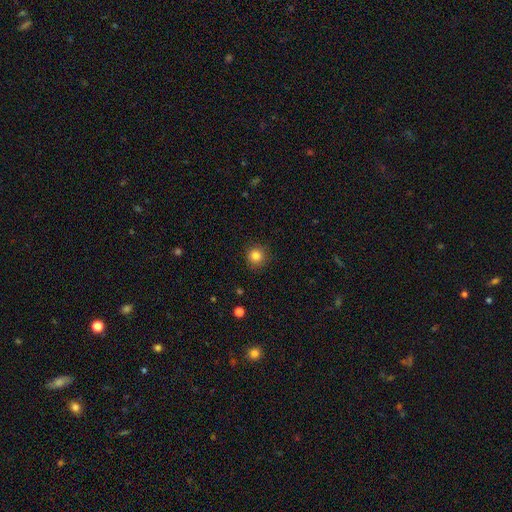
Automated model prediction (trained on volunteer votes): Morphology: type=smooth (84%); roundness=round (94%); merging=none (91%).